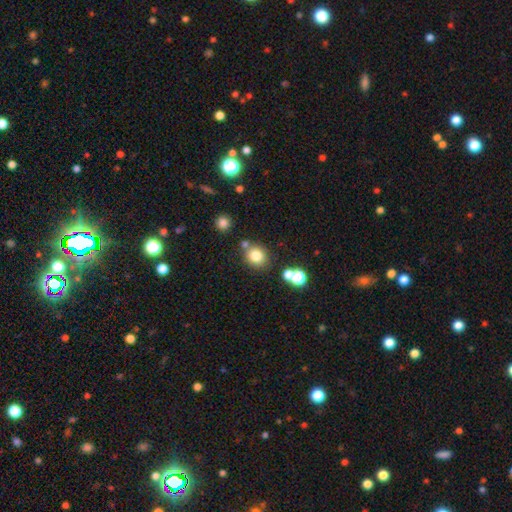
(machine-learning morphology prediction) A smooth galaxy with no disk features (79%) that is round (85%). Merging: none (75%).